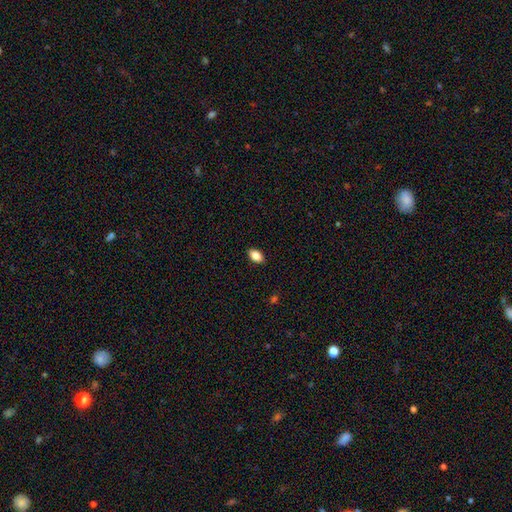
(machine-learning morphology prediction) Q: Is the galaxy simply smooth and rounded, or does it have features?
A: smooth — 86%.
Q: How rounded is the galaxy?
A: in between — 90%.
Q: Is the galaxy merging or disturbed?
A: none — 88%.